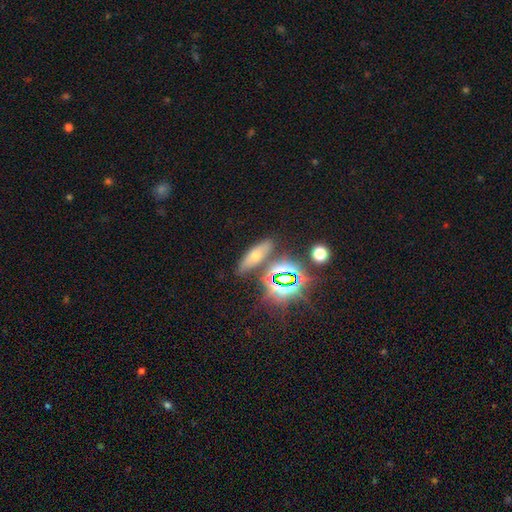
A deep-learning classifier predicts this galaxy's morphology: Q: Smooth or featured?
A: smooth (38%); runner-up: star or artifact (36%)
Q: Merging?
A: none (79%); runner-up: minor disturbance (10%)